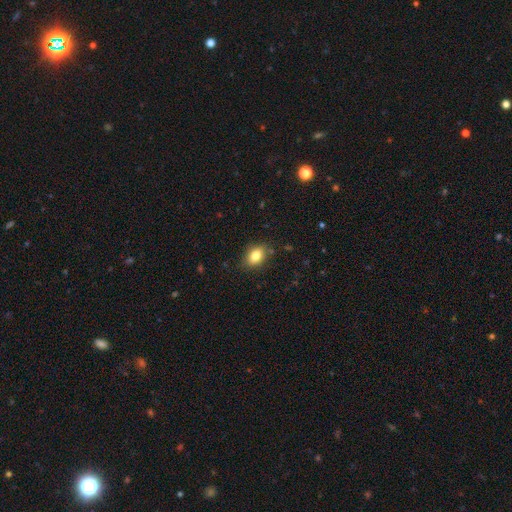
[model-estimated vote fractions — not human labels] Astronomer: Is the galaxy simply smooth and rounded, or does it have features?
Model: smooth — 80%.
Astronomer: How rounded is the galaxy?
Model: in between — 75%.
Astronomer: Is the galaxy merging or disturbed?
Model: none — 81%.